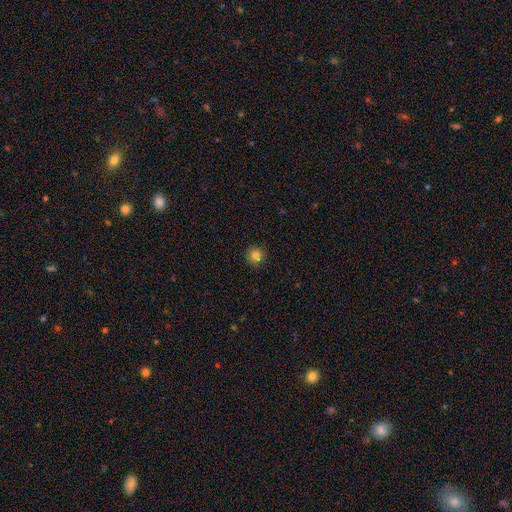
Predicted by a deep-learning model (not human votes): smooth 80%, star or artifact 13%, featured or disk 7%. Down the decision tree: how rounded — round (94%); merging — none (89%).